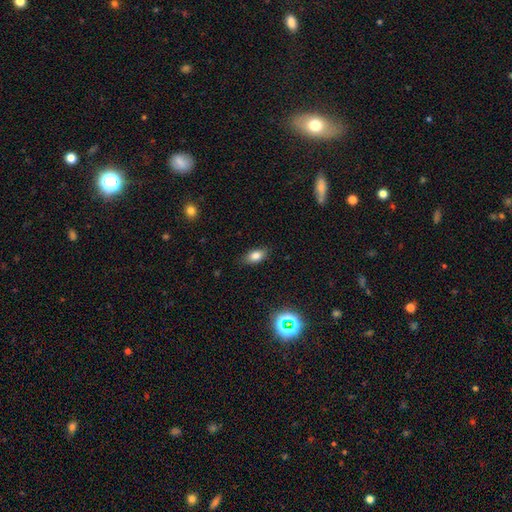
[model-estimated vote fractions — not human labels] This appears to be a smooth galaxy with no disk features (80%) that is in between round and cigar-shaped (87%). Merging: none (84%).